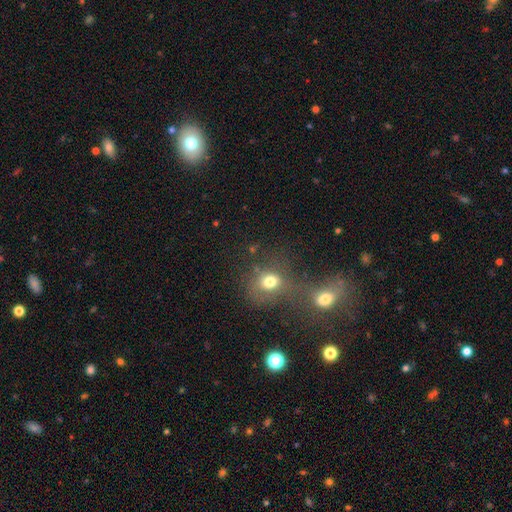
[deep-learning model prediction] smooth 57%, star or artifact 30%, featured or disk 13%. Down the decision tree: how rounded — round (77%); merging — none (46%).